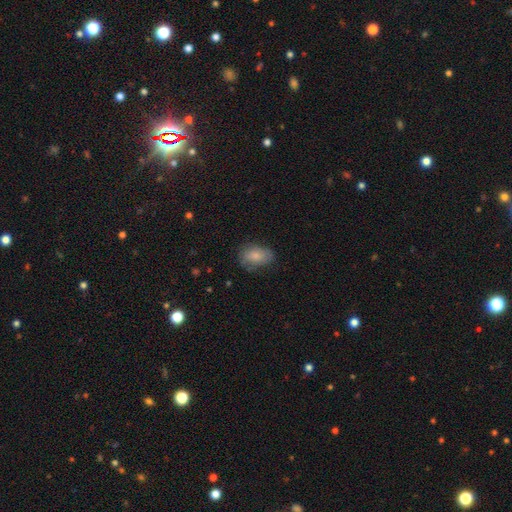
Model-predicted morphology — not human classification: Smooth or featured: smooth — 78% (featured or disk — 15%)
How rounded: in between — 85% (round — 14%)
Merging: none — 63% (minor disturbance — 27%)